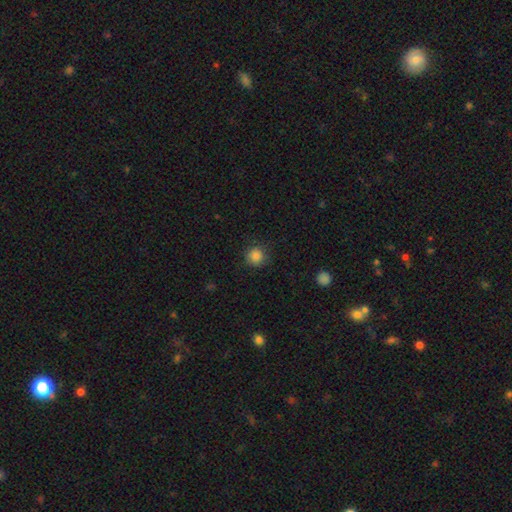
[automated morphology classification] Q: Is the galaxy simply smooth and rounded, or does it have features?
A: smooth — 85%.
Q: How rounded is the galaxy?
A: round — 93%.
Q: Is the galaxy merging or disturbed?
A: none — 86%.